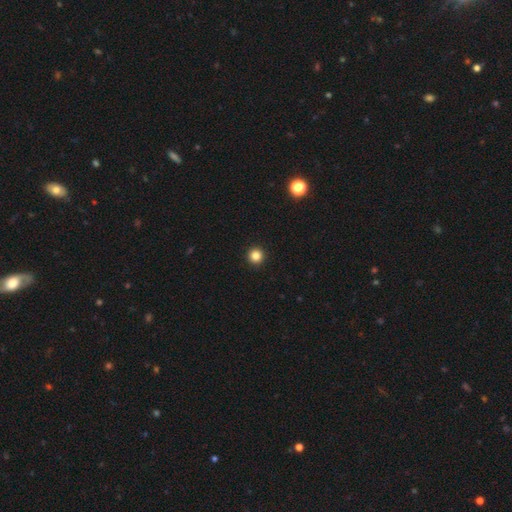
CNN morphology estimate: Overall: smooth (84%). How rounded: round (96%). Merging: none (94%).